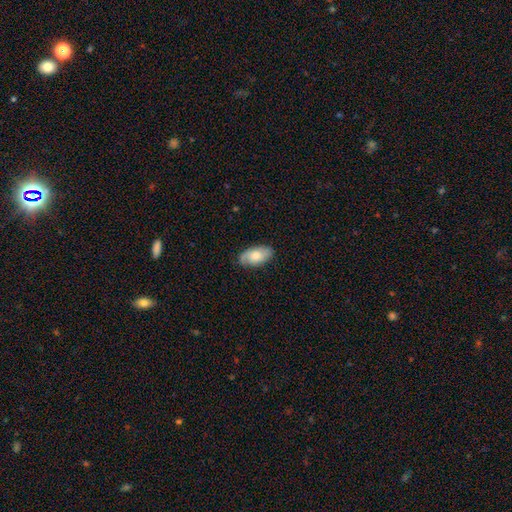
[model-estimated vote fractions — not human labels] Q: Smooth or featured?
A: smooth (58%); runner-up: featured or disk (36%)
Q: How rounded?
A: in between (93%); runner-up: round (5%)
Q: Merging?
A: none (78%); runner-up: minor disturbance (17%)